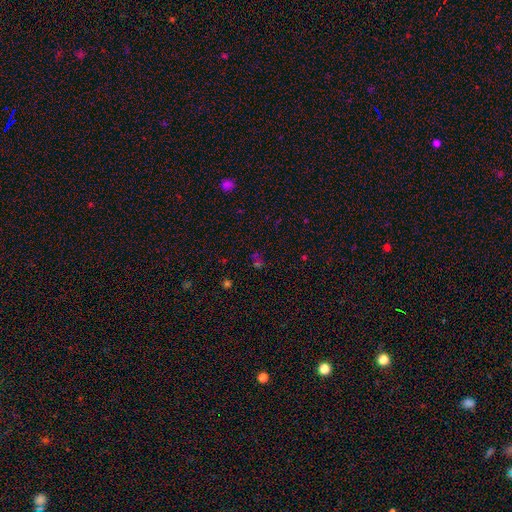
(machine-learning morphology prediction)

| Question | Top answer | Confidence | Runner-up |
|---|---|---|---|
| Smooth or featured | star or artifact | 47% | smooth (42%) |